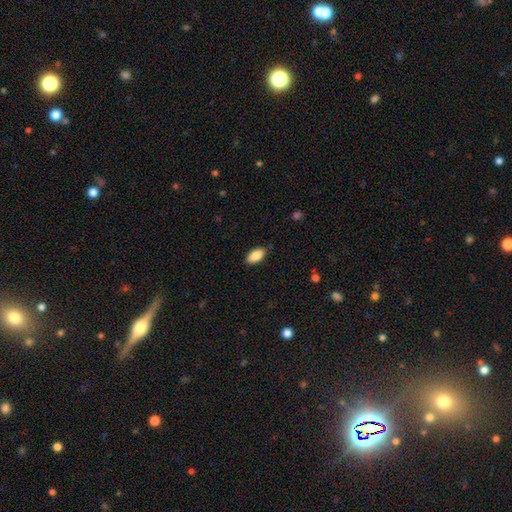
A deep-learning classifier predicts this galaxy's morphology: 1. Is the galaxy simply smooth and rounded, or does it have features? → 87% smooth, 7% star or artifact, 6% featured or disk.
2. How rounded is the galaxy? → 94% in between, 3% cigar-shaped, 3% round.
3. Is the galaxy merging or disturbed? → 87% none, 10% minor disturbance, 2% major disturbance, 1% merger.